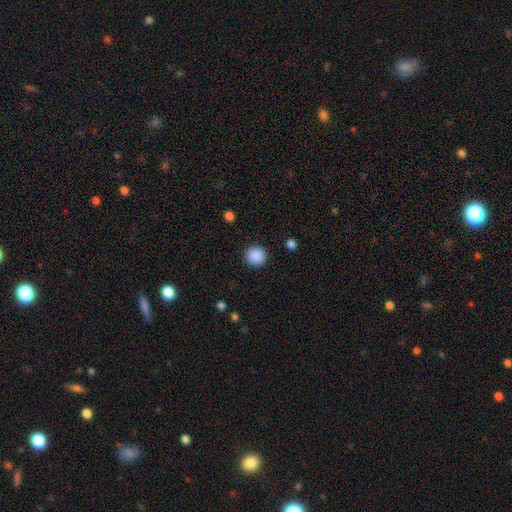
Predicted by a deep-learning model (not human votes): A smooth galaxy with no disk features (89%) that is round (93%). Merging: none (92%).